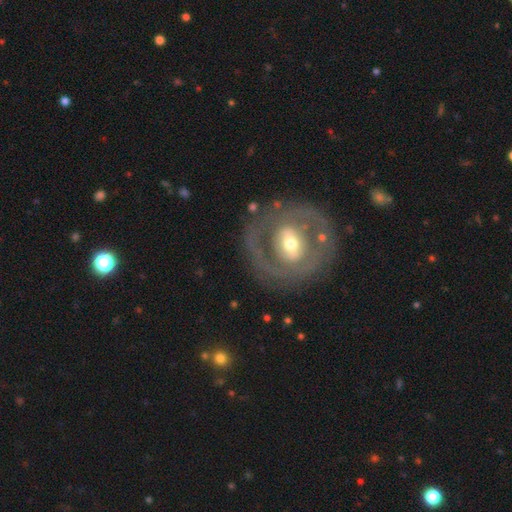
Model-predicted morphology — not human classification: Q: Smooth or featured?
A: featured or disk (74%); runner-up: smooth (19%)
Q: Edge-on disk?
A: no (95%); runner-up: yes (5%)
Q: Bar?
A: no (37%); runner-up: weak (36%)
Q: Spiral arms?
A: no (51%); runner-up: yes (49%)
Q: Bulge size?
A: moderate (60%); runner-up: small (28%)
Q: Merging?
A: none (77%); runner-up: minor disturbance (13%)